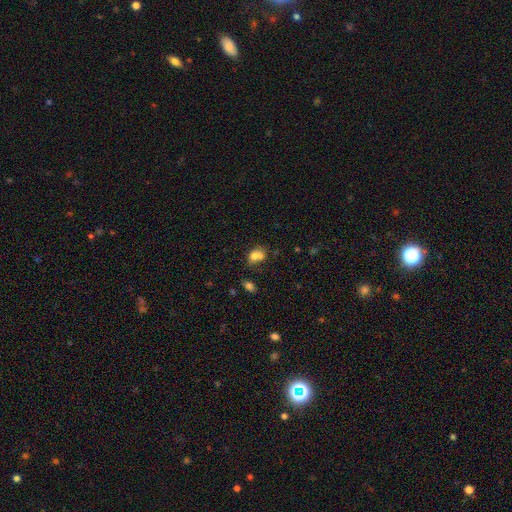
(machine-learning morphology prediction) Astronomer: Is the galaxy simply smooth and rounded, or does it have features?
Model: smooth — 73%.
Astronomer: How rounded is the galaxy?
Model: in between — 61% (runner-up: round, 38%).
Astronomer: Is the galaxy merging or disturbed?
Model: merger — 55%.